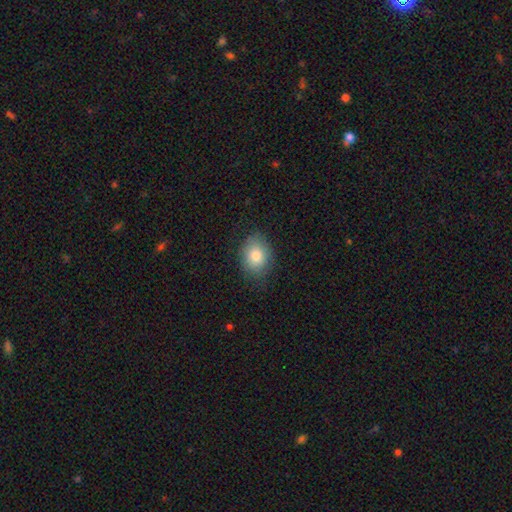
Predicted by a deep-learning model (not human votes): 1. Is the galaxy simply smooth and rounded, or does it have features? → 82% smooth, 10% featured or disk, 9% star or artifact.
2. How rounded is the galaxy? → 57% in between, 42% round, 1% cigar-shaped.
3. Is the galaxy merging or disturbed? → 81% none, 15% minor disturbance, 4% major disturbance, 1% merger.